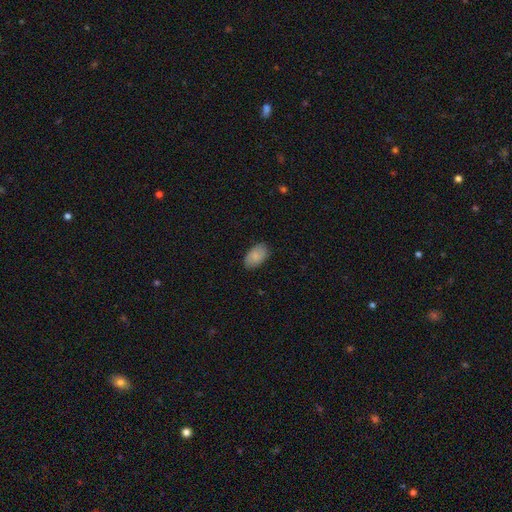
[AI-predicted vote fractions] This appears to be a smooth galaxy with no disk features (85%) that is in between round and cigar-shaped (94%). Merging: none (85%).